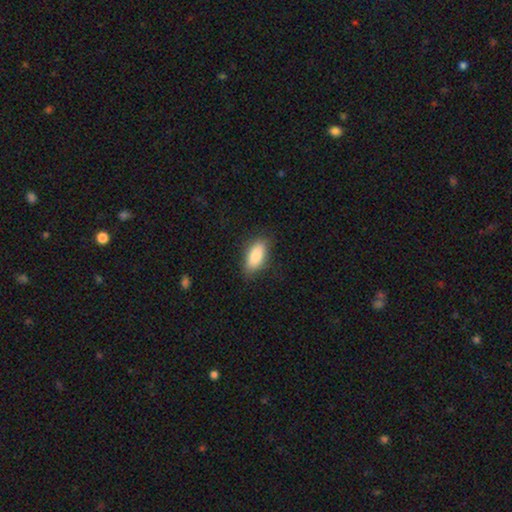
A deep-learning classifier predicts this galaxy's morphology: smooth-or-featured: smooth: 85% | featured or disk: 9% | star or artifact: 6%
  how-rounded: in between: 87% | cigar-shaped: 10% | round: 3%
  merging: none: 79% | minor disturbance: 16% | major disturbance: 4% | merger: 1%